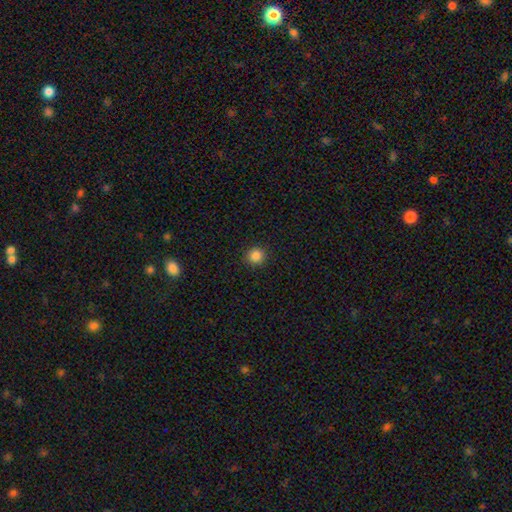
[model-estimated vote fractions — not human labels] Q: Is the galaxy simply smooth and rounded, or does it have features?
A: smooth — 85%.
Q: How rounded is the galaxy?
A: round — 93%.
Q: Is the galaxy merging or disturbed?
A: none — 92%.